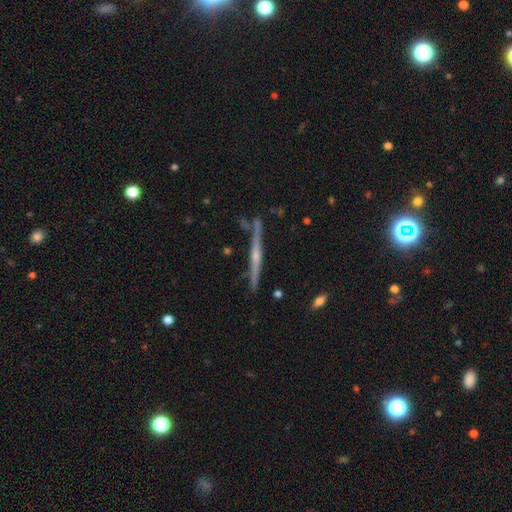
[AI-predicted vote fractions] Smooth or featured: featured or disk — 71% (smooth — 17%)
Edge-on disk: yes — 95% (no — 5%)
Edge-on bulge: rounded — 69% (none — 23%)
Merging: none — 78% (minor disturbance — 13%)